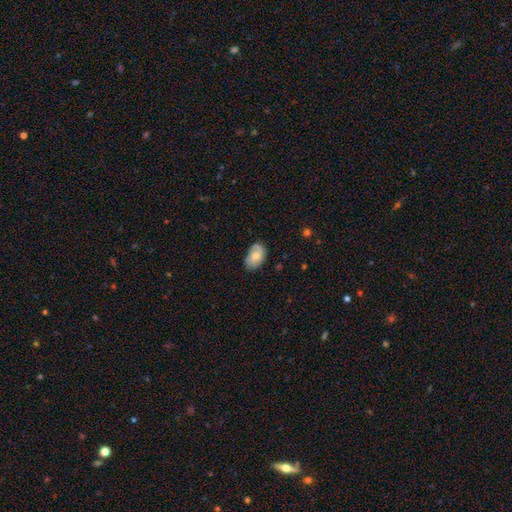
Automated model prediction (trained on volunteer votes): Overall: smooth (55%; featured or disk 38%). How rounded: in between (88%). Merging: none (69%).